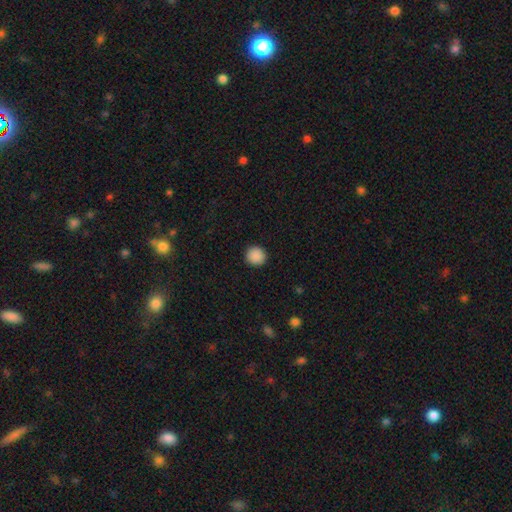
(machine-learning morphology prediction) Overall: smooth (89%). How rounded: round (94%). Merging: none (93%).